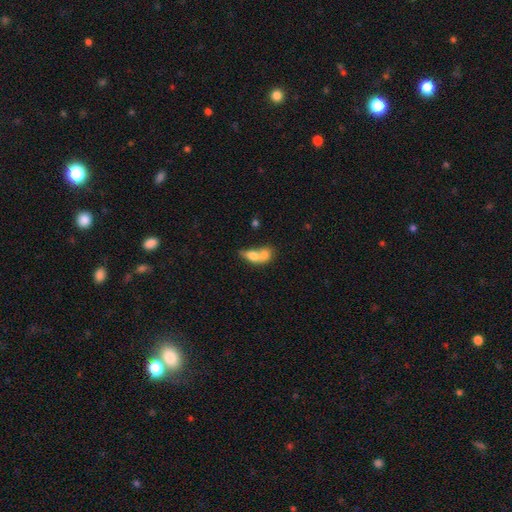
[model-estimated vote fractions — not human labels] This appears to be a smooth galaxy with no disk features (71%) that is in between round and cigar-shaped (71%). Merging: merger (73%).